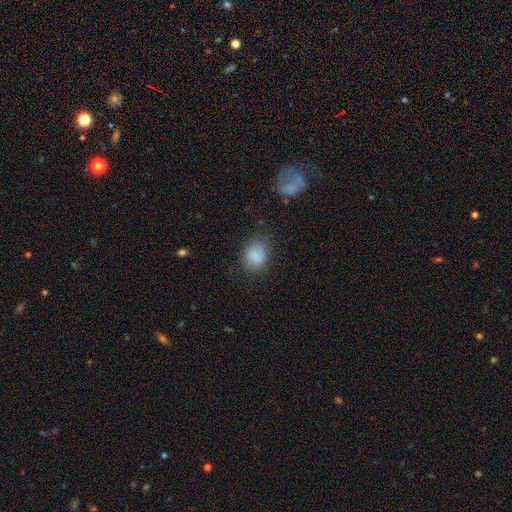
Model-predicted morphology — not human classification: smooth 85%, star or artifact 9%, featured or disk 6%. Down the decision tree: how rounded — in between (53%); merging — none (75%).